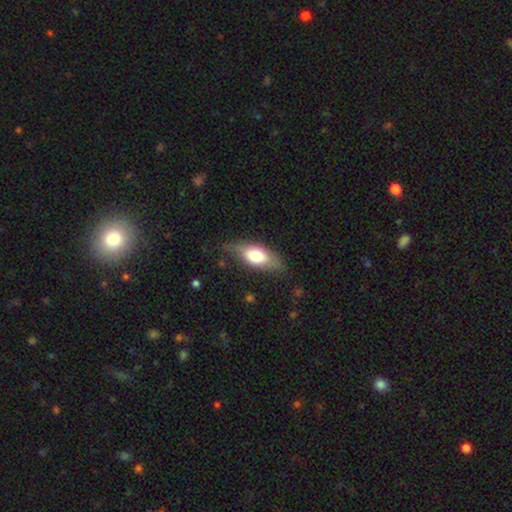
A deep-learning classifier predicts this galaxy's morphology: A smooth galaxy with no disk features (61%) that is in between round and cigar-shaped (78%).

Vote fractions:
- Smooth or featured? smooth: 61% / featured or disk: 33% / star or artifact: 6%
- How rounded? in between: 78% / cigar-shaped: 18% / round: 4%
- Merging? none: 66% / minor disturbance: 25% / major disturbance: 8% / merger: 2%